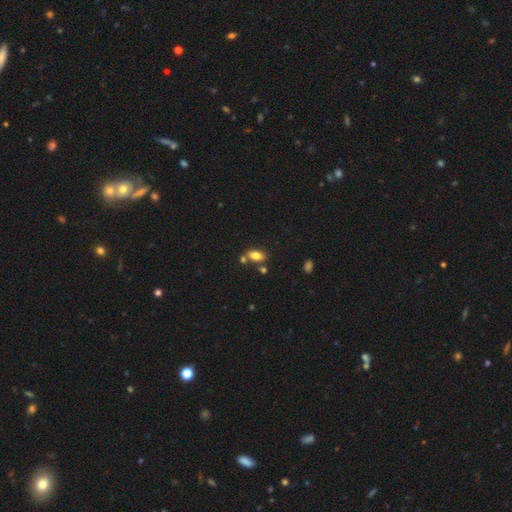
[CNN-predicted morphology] type=smooth (78%); roundness=in between (87%); merging=none (67%).